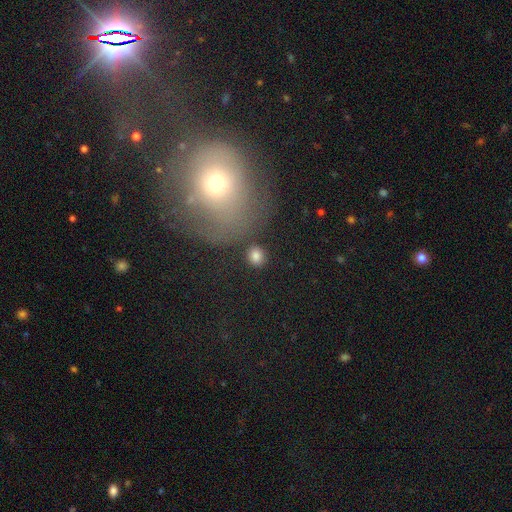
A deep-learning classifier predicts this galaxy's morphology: smooth 83%, star or artifact 11%, featured or disk 6%. Down the decision tree: how rounded — round (87%); merging — none (87%).